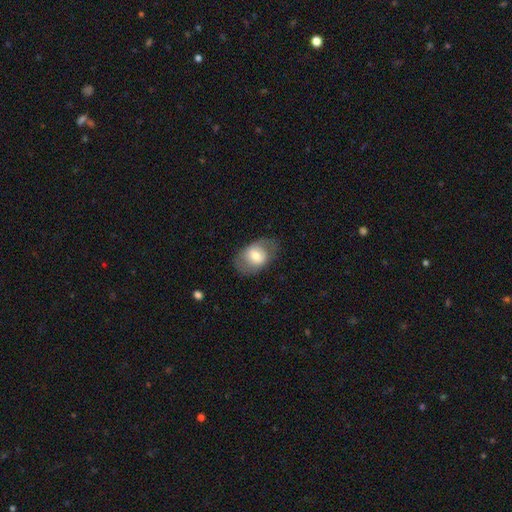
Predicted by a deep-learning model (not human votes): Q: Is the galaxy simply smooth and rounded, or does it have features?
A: smooth — 59%.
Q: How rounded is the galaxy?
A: in between — 75%.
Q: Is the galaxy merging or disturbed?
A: none — 70%.